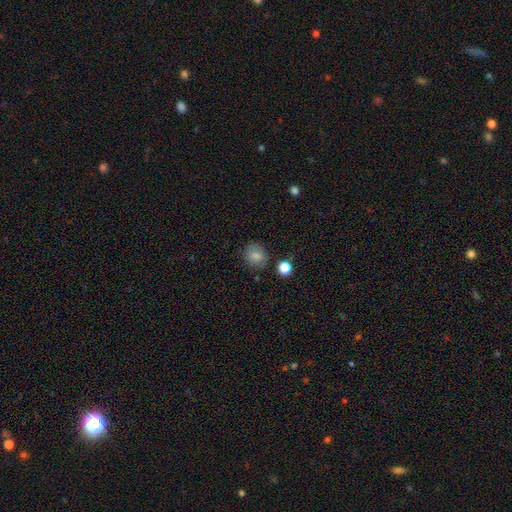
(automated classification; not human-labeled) Q: Smooth or featured?
A: smooth (83%); runner-up: star or artifact (10%)
Q: How rounded?
A: round (78%); runner-up: in between (21%)
Q: Merging?
A: none (81%); runner-up: minor disturbance (12%)